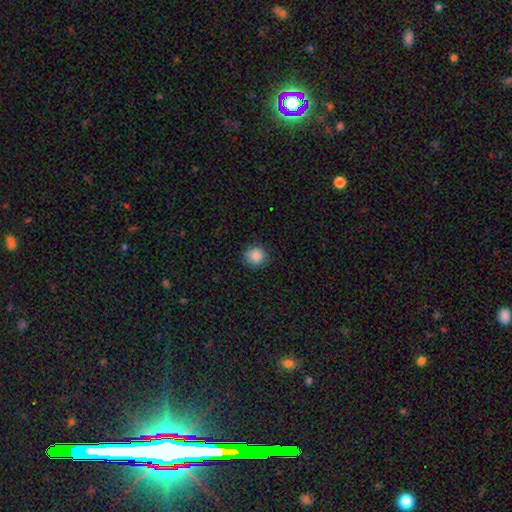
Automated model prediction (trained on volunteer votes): Smooth or featured?
  - smooth: 88% *
  - star or artifact: 9%
  - featured or disk: 3%
How rounded?
  - round: 94% *
  - in between: 5%
  - cigar-shaped: 1%
Merging?
  - none: 90% *
  - minor disturbance: 7%
  - major disturbance: 2%
  - merger: 1%